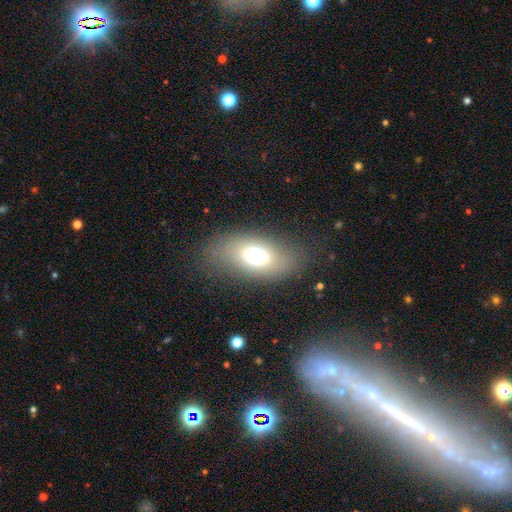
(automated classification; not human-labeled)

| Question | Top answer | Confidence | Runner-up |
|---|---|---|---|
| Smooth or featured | smooth | 65% | featured or disk (21%) |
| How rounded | in between | 85% | round (11%) |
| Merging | none | 78% | minor disturbance (13%) |